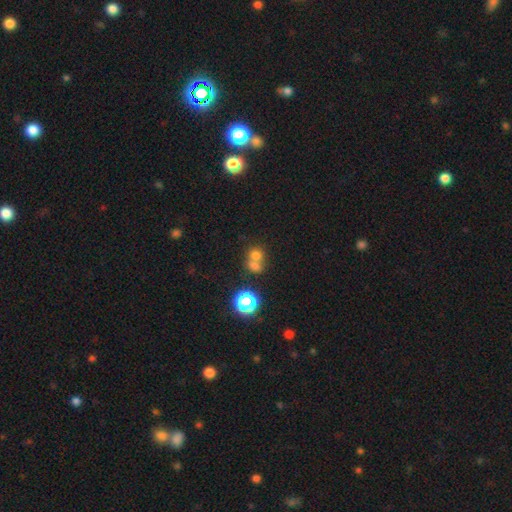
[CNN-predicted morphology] This appears to be a smooth galaxy with no disk features (67%) that is round (71%). Merging: merger (57%).